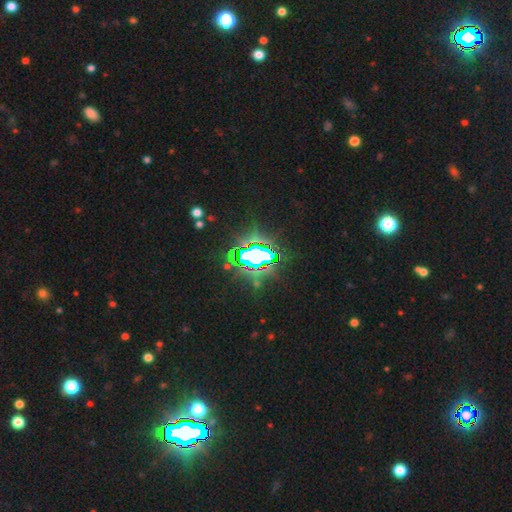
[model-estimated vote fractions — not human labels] Q: Smooth or featured?
A: star or artifact (78%); runner-up: featured or disk (11%)